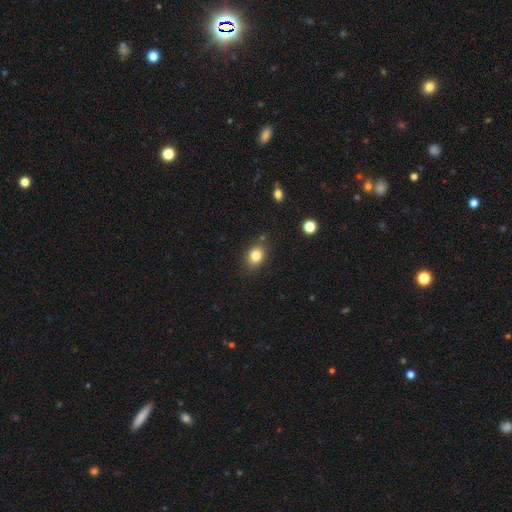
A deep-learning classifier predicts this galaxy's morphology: Smooth or featured: smooth — 82% (star or artifact — 10%)
How rounded: in between — 62% (round — 37%)
Merging: none — 79% (minor disturbance — 14%)